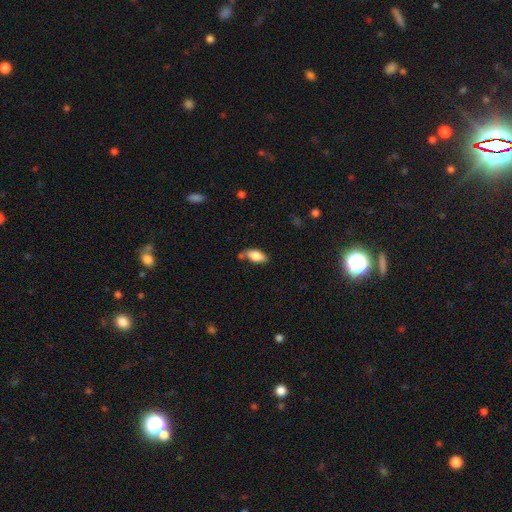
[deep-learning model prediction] A smooth galaxy with no disk features (82%) that is in between round and cigar-shaped (88%).

Vote fractions:
- Smooth or featured? smooth: 82% / featured or disk: 11% / star or artifact: 7%
- How rounded? in between: 88% / cigar-shaped: 10% / round: 3%
- Merging? none: 63% / minor disturbance: 22% / merger: 10% / major disturbance: 5%